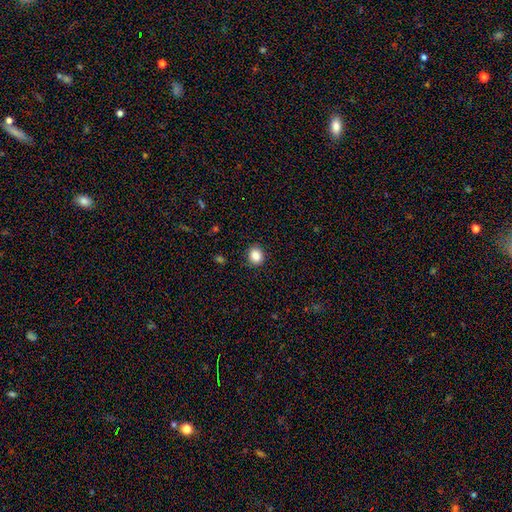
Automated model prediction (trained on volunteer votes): This appears to be a smooth galaxy with no disk features (87%) that is round (65%). Merging: none (88%).